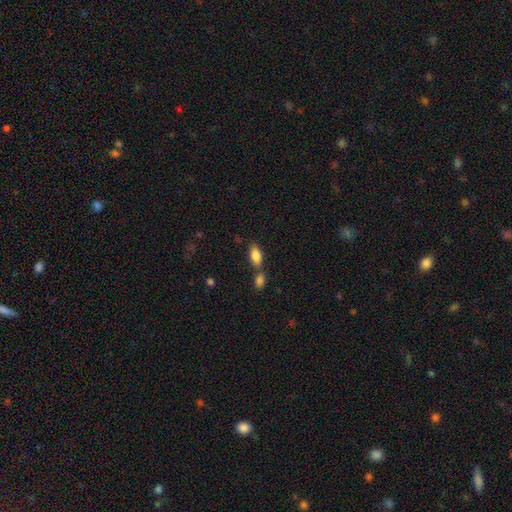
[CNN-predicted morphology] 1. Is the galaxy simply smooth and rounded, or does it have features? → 85% smooth, 7% featured or disk, 7% star or artifact.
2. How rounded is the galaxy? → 90% in between, 7% cigar-shaped, 3% round.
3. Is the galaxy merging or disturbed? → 56% none, 29% merger, 11% minor disturbance, 3% major disturbance.